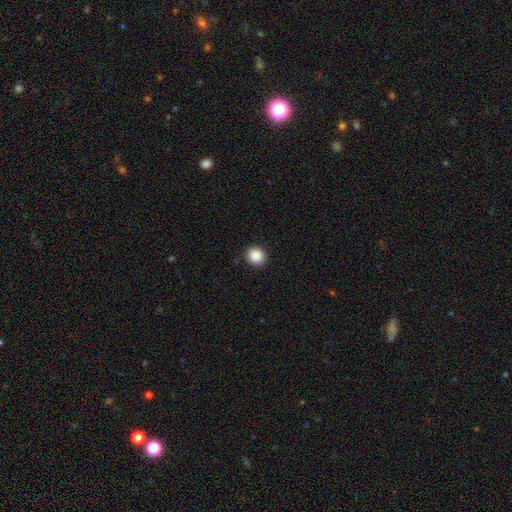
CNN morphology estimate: This appears to be a smooth galaxy with no disk features (89%) that is round (85%). Merging: none (91%).